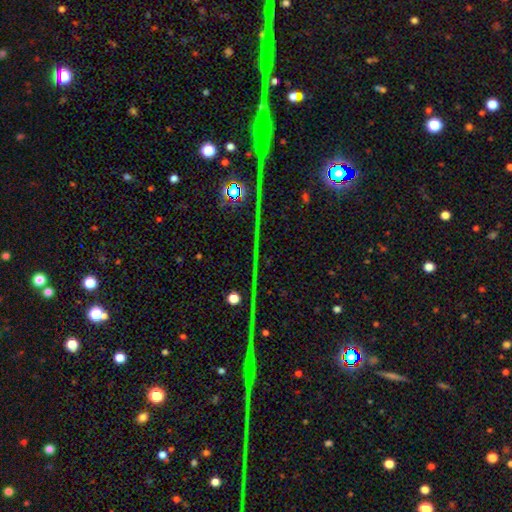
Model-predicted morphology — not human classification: Smooth or featured? Predicted: star or artifact (p=0.76).